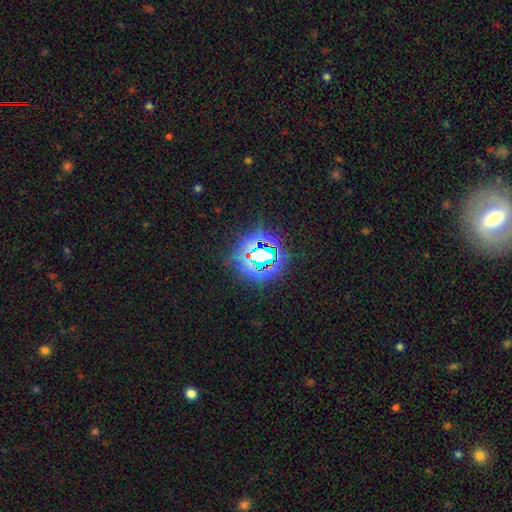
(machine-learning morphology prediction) type=star or artifact (80%).